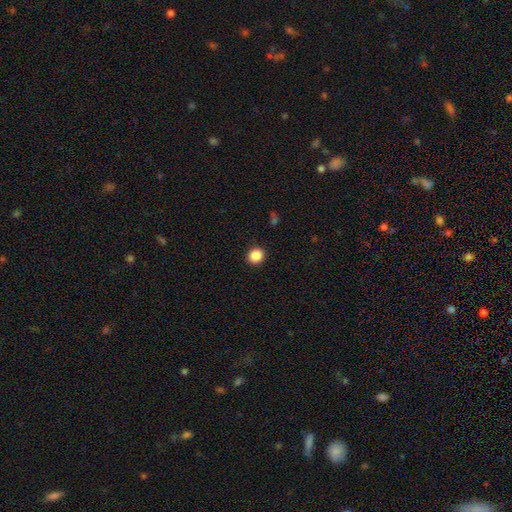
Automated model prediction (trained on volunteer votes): Smooth or featured? smooth (88%)
How rounded? round (80%)
Merging? none (92%)